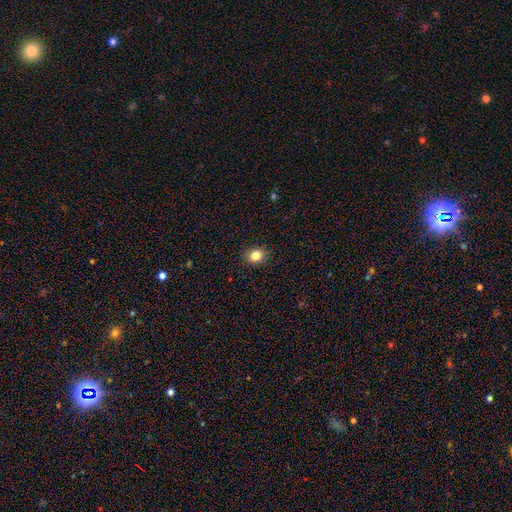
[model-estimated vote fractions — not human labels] Overall: smooth (83%). How rounded: round (66%; in between 33%). Merging: none (89%).